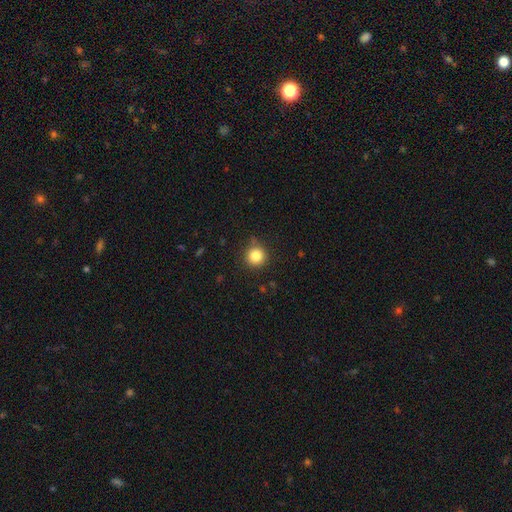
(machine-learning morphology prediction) Overall: smooth (84%). How rounded: round (94%). Merging: none (86%).